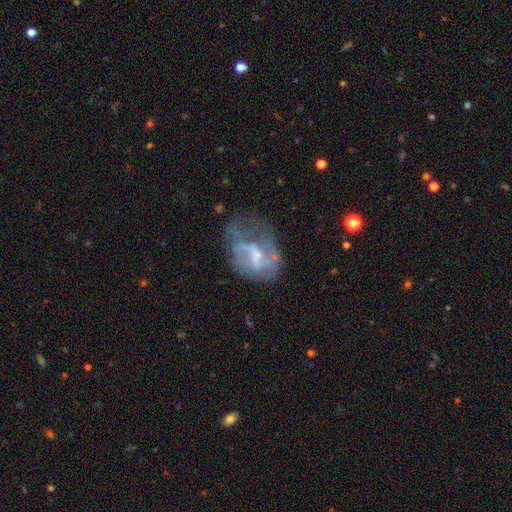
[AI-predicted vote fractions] Smooth or featured? featured or disk (66%)
Edge-on disk? no (97%)
Bar? weak (47%)
Spiral arms? yes (53%)
Bulge size? small (49%)
Merging? major disturbance (39%)